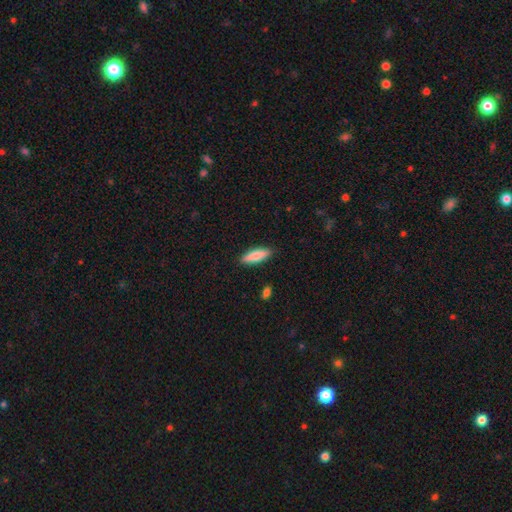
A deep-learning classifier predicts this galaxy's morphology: type=smooth (80%); roundness=cigar-shaped (55%); merging=none (89%).